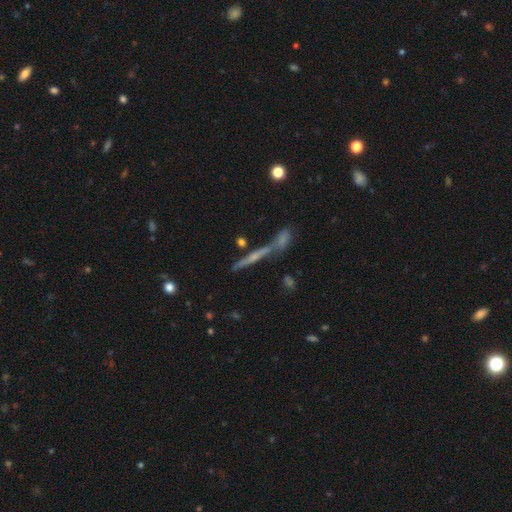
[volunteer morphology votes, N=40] This appears to be a featured or disk galaxy (68%) viewed edge-on (93%) with a rounded central bulge (68%). Merging: none (57%).